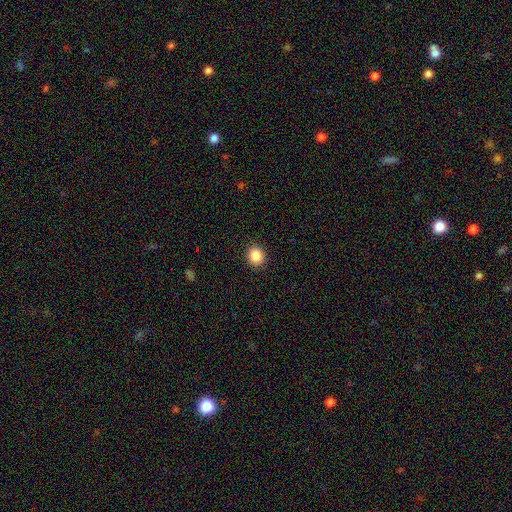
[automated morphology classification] The model was most divided on "how rounded": round: 78%, in between: 21%, cigar-shaped: 1%. More confident: merging — none (91%); smooth or featured — smooth (86%).